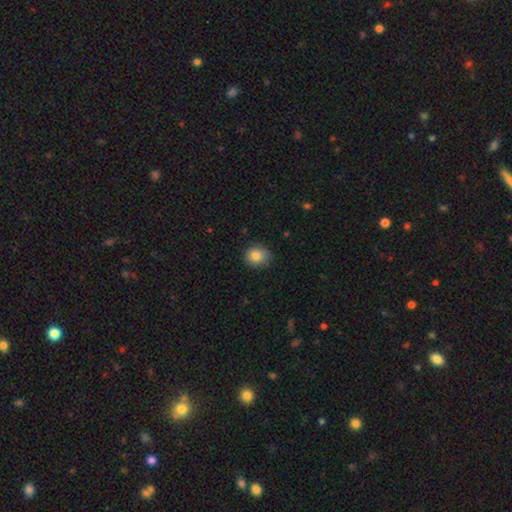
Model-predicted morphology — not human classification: The model was most divided on "how rounded": round: 76%, in between: 24%, cigar-shaped: 1%. More confident: smooth or featured — smooth (84%); merging — none (82%).